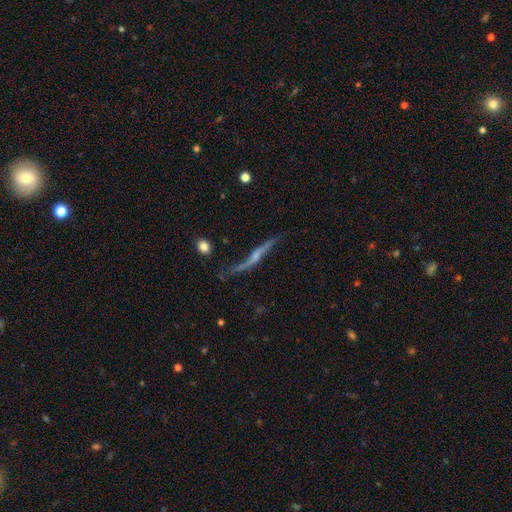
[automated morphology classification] This is likely a featured or disk galaxy (78%). It is likely viewed edge-on (71%). Edge-on bulge: likely rounded (61%). Merging: possibly none (54%).